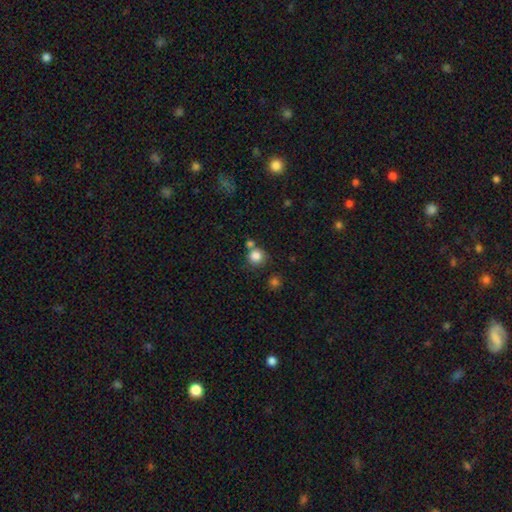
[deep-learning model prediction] This is clearly a smooth galaxy (84%). How rounded: clearly round (91%). Merging: likely none (69%).